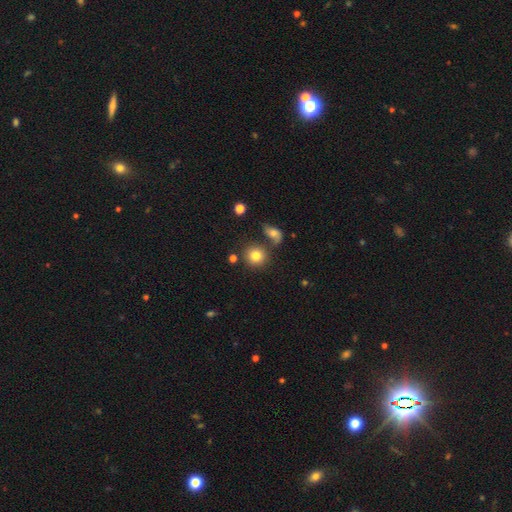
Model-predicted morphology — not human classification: smooth_or_featured: smooth (p=0.79) [alt: star or artifact p=0.11]
how_rounded: round (p=0.88) [alt: in between p=0.11]
merging: none (p=0.72) [alt: merger p=0.13]